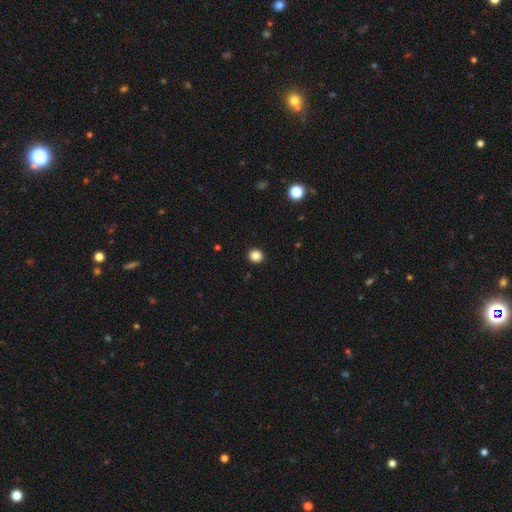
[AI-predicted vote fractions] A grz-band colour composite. It shows a smooth galaxy with no disk features (85%) that is round (90%). Merging: none (93%).